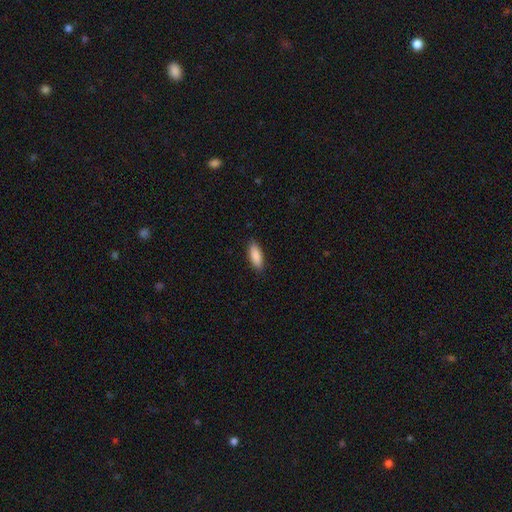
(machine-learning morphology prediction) smooth 89%, star or artifact 6%, featured or disk 5%. Down the decision tree: how rounded — in between (71%); merging — none (88%).